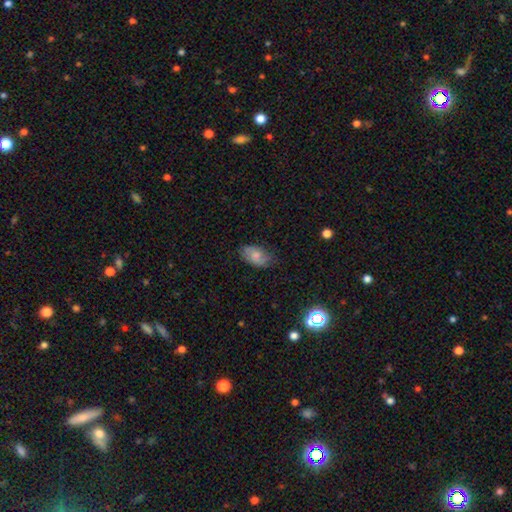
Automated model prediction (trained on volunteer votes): smooth-or-featured: smooth: 72% | featured or disk: 20% | star or artifact: 8%
  how-rounded: in between: 92% | round: 7% | cigar-shaped: 2%
  merging: none: 71% | minor disturbance: 23% | major disturbance: 5% | merger: 1%